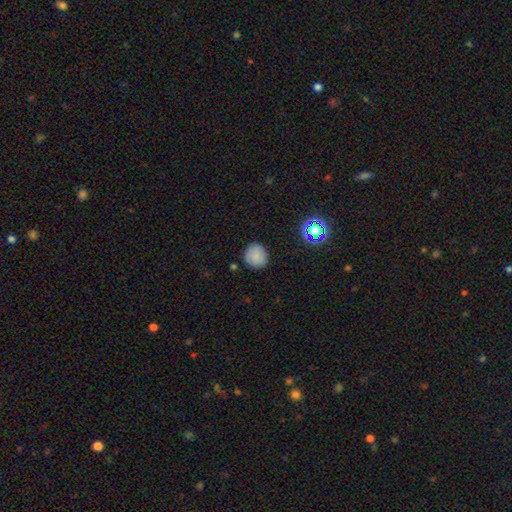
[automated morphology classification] Smooth or featured: smooth — 83% (star or artifact — 12%)
How rounded: round — 89% (in between — 10%)
Merging: none — 86% (minor disturbance — 10%)